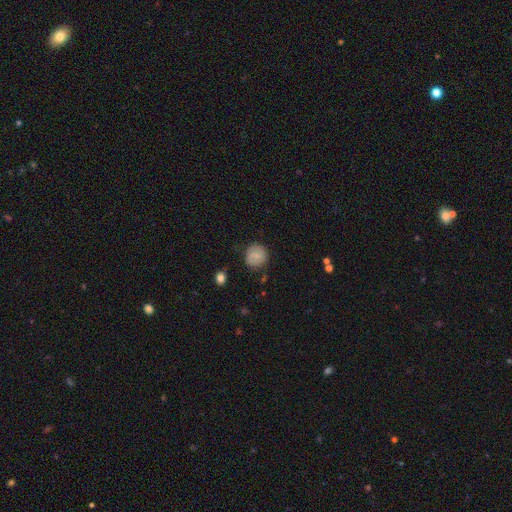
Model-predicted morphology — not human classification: smooth 75%, featured or disk 16%, star or artifact 8%. Down the decision tree: how rounded — round (88%); merging — none (80%).